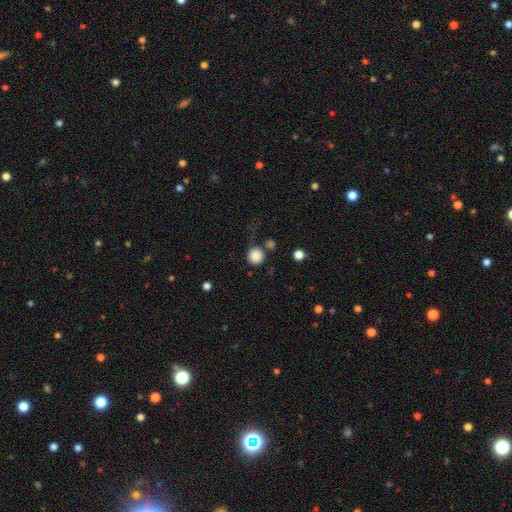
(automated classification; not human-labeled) Q: Smooth or featured?
A: smooth (86%); runner-up: star or artifact (10%)
Q: How rounded?
A: round (95%); runner-up: in between (4%)
Q: Merging?
A: none (74%); runner-up: minor disturbance (11%)